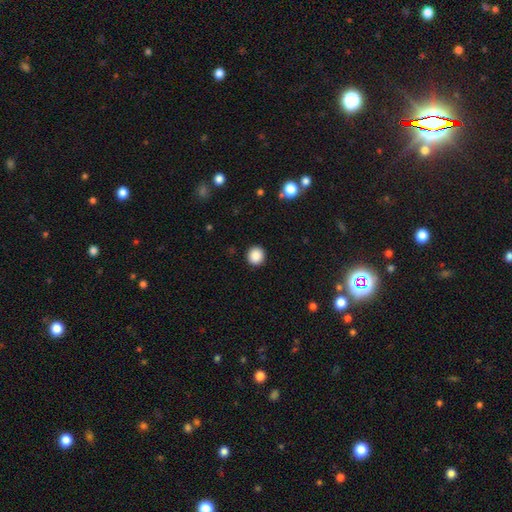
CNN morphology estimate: This appears to be a smooth galaxy with no disk features (88%) that is round (93%). Merging: none (93%).